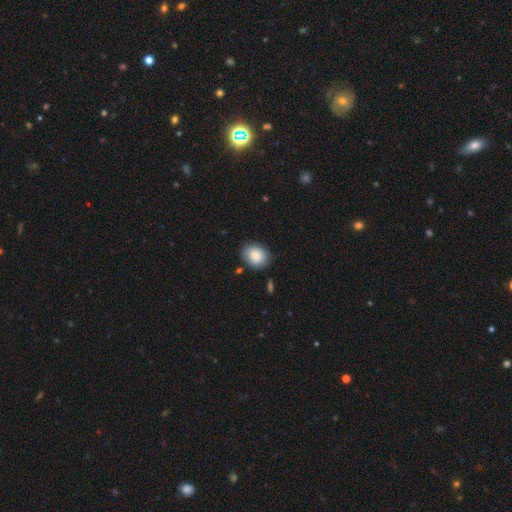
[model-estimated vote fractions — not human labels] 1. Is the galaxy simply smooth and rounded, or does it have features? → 83% smooth, 9% featured or disk, 7% star or artifact.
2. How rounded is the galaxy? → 51% round, 48% in between, 1% cigar-shaped.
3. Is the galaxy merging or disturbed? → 79% none, 15% minor disturbance, 3% major disturbance, 3% merger.